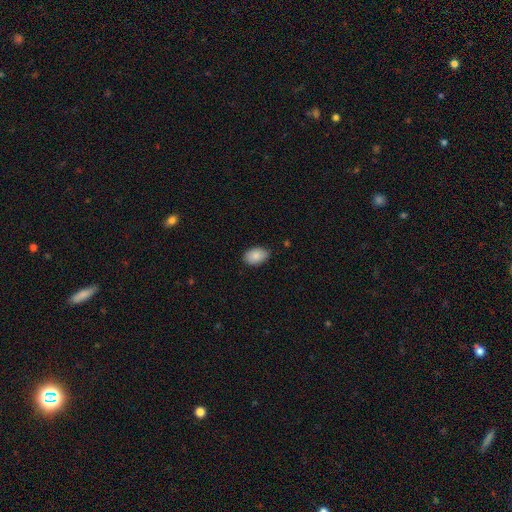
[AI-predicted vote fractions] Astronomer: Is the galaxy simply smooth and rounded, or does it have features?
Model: smooth — 87%.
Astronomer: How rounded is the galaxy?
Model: in between — 88%.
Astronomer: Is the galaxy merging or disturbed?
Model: none — 83%.